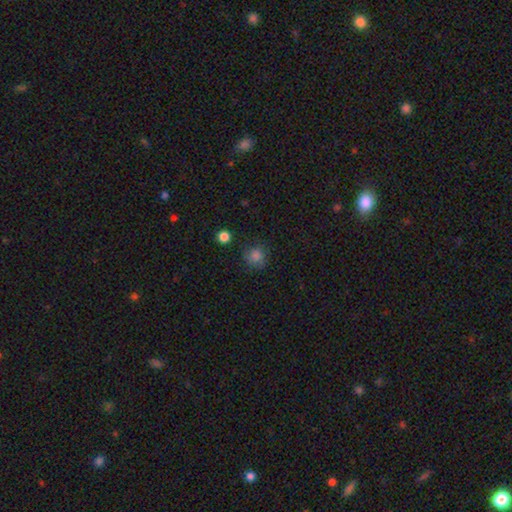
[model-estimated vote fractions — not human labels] Smooth or featured: smooth — 82% (star or artifact — 12%)
How rounded: round — 90% (in between — 9%)
Merging: none — 78% (minor disturbance — 14%)